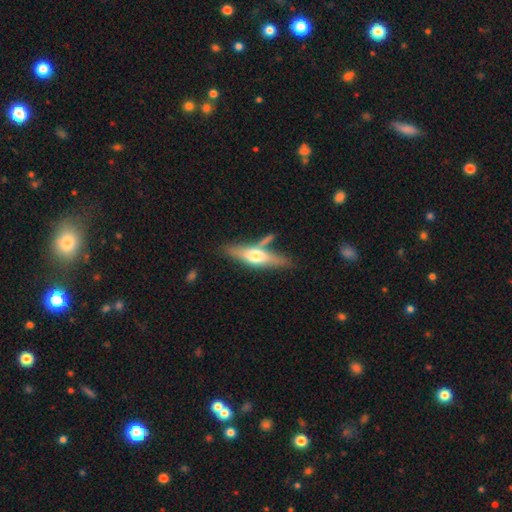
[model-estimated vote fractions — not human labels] This is possibly a featured or disk galaxy (52%). It is clearly viewed edge-on (89%). Merging: likely none (63%).